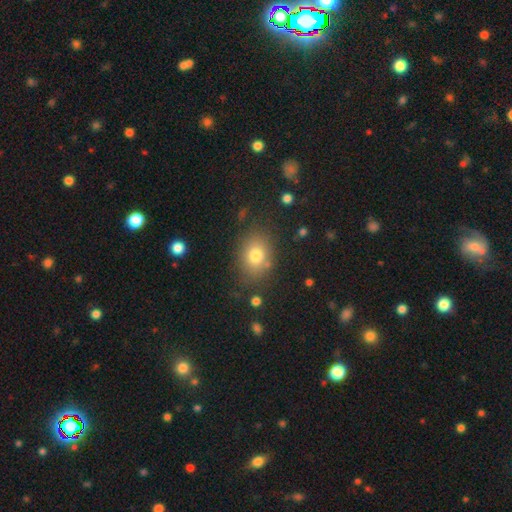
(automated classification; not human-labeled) Smooth or featured? smooth (77%)
How rounded? in between (58%)
Merging? none (79%)